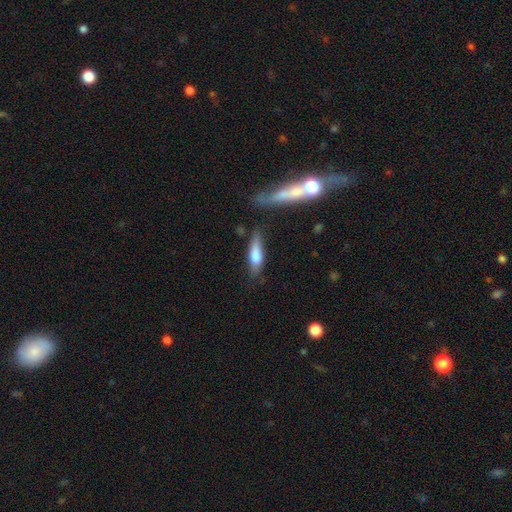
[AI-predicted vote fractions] Smooth or featured: smooth — 67% (featured or disk — 26%)
How rounded: cigar-shaped — 59% (in between — 39%)
Merging: none — 59% (minor disturbance — 25%)